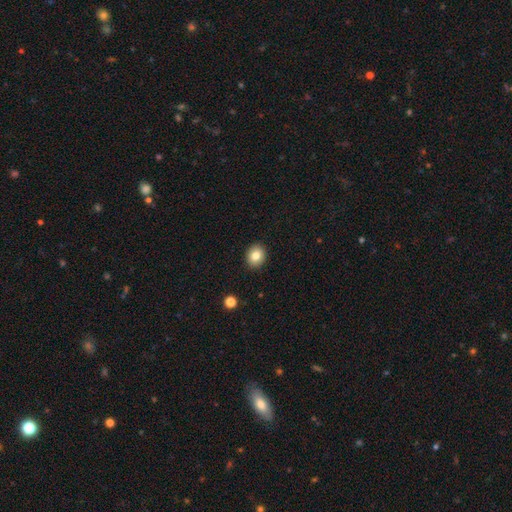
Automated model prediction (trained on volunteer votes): Q: Smooth or featured?
A: smooth (81%); runner-up: star or artifact (10%)
Q: How rounded?
A: round (65%); runner-up: in between (34%)
Q: Merging?
A: none (91%); runner-up: minor disturbance (6%)